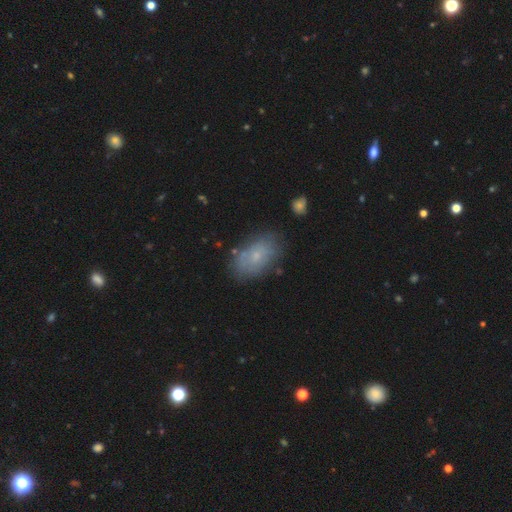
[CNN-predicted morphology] This is likely a smooth galaxy (62%). How rounded: clearly in between (91%). Merging: likely none (76%).